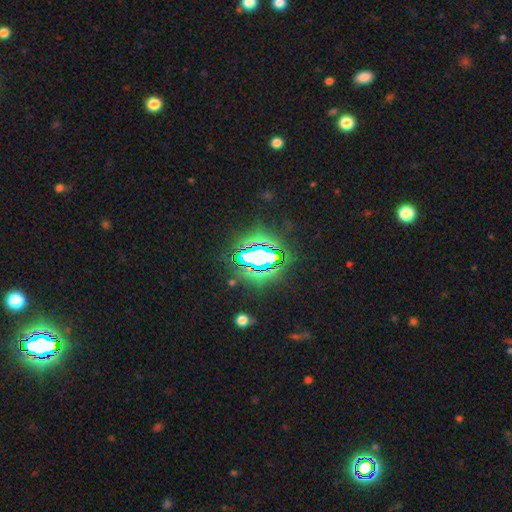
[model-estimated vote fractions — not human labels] smooth_or_featured: star or artifact (p=0.84) [alt: smooth p=0.09]